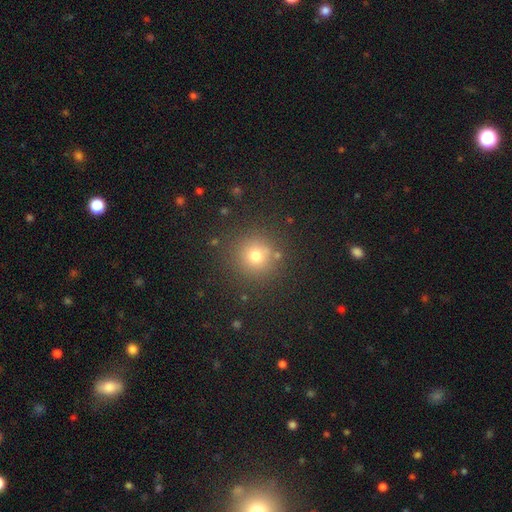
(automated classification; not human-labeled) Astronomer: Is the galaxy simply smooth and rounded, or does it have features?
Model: smooth — 73%.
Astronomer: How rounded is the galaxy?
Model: round — 94%.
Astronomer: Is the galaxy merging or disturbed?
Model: none — 85%.